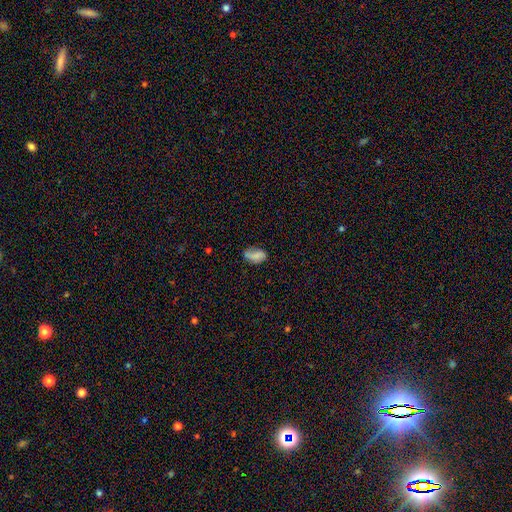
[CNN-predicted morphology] smooth 65%, featured or disk 25%, star or artifact 10%. Down the decision tree: how rounded — in between (89%); merging — none (54%).